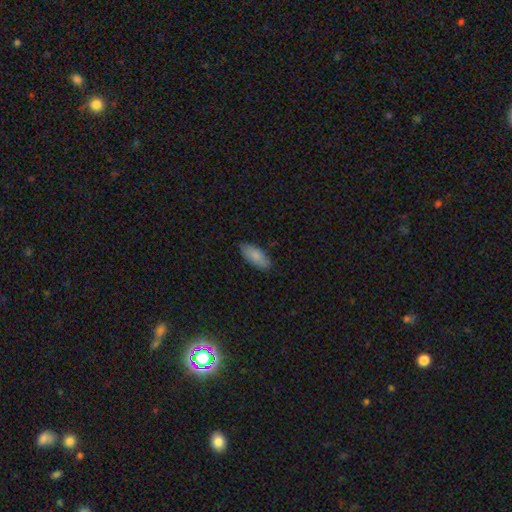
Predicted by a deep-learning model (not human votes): Smooth or featured?
  - smooth: 86% *
  - featured or disk: 8%
  - star or artifact: 6%
How rounded?
  - in between: 85% *
  - cigar-shaped: 13%
  - round: 2%
Merging?
  - none: 83% *
  - minor disturbance: 14%
  - major disturbance: 2%
  - merger: 1%